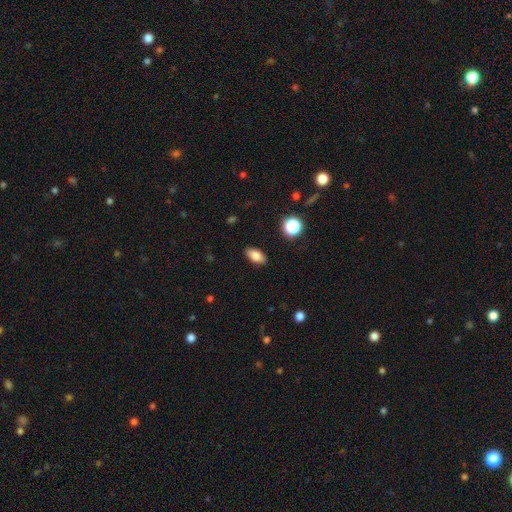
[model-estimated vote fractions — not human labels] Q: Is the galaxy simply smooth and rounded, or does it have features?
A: smooth — 82%.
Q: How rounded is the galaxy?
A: in between — 88%.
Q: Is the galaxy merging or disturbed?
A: none — 88%.